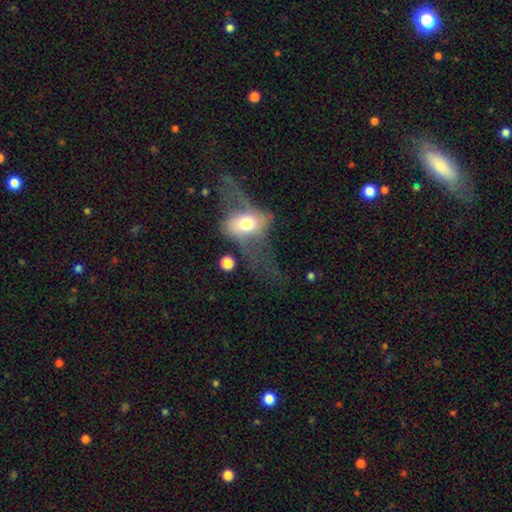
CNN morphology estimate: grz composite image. It shows a featured or disk galaxy (62%). Merging: none (39%).